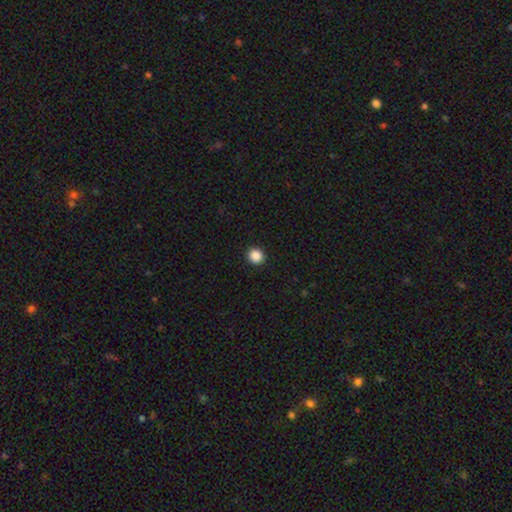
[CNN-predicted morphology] smooth 88%, star or artifact 10%, featured or disk 2%. Down the decision tree: how rounded — round (90%); merging — none (93%).